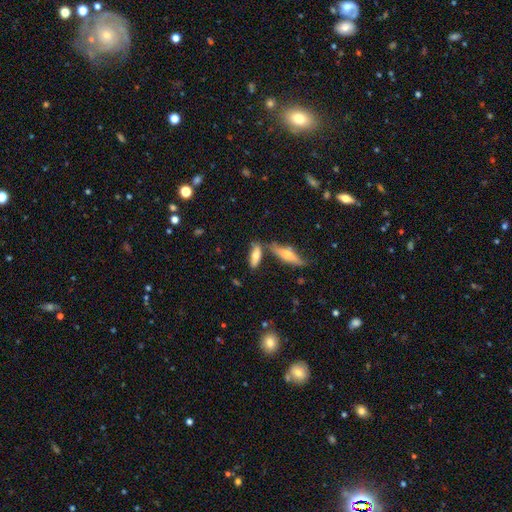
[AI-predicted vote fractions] smooth 66%, featured or disk 27%, star or artifact 7%. Down the decision tree: how rounded — in between (55%); merging — none (60%).